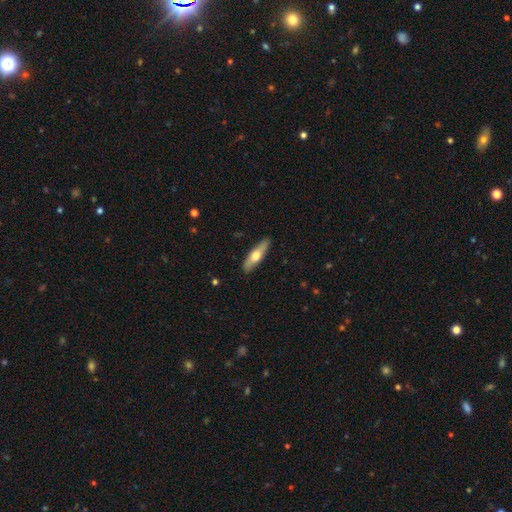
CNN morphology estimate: This is possibly a smooth galaxy (55%). How rounded: likely cigar-shaped (65%). Merging: clearly none (88%).